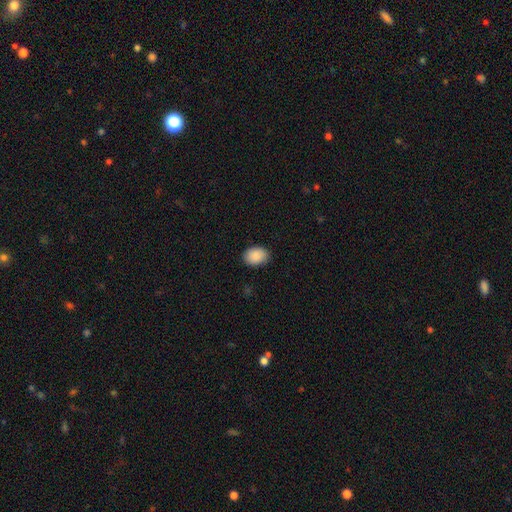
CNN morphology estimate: Smooth or featured: smooth — 90% (star or artifact — 7%)
How rounded: in between — 71% (round — 28%)
Merging: none — 86% (minor disturbance — 10%)